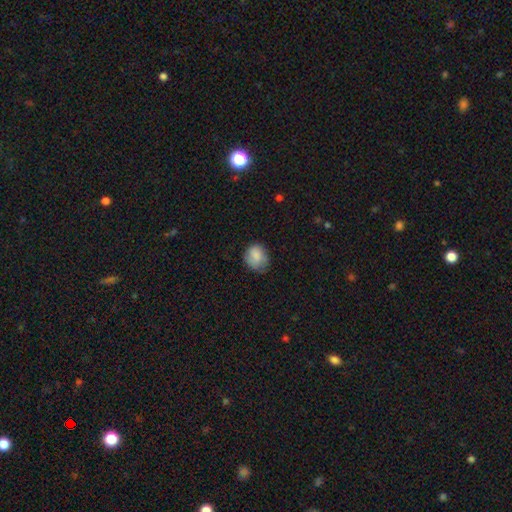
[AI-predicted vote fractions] This is clearly a smooth galaxy (83%). How rounded: possibly round (59%). Merging: likely none (61%).